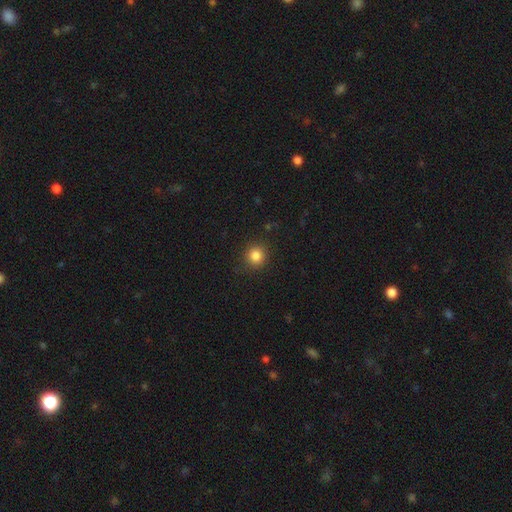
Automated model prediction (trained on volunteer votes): smooth_or_featured: smooth (p=0.84) [alt: star or artifact p=0.12]
how_rounded: round (p=0.91) [alt: in between p=0.08]
merging: none (p=0.89) [alt: minor disturbance p=0.07]